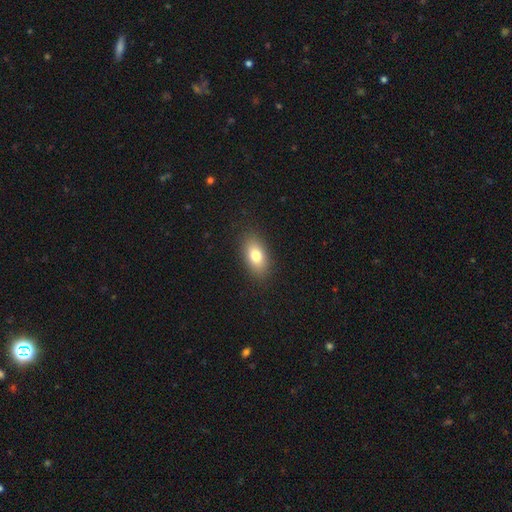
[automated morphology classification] This is likely a smooth galaxy (79%). How rounded: clearly in between (88%). Merging: clearly none (88%).